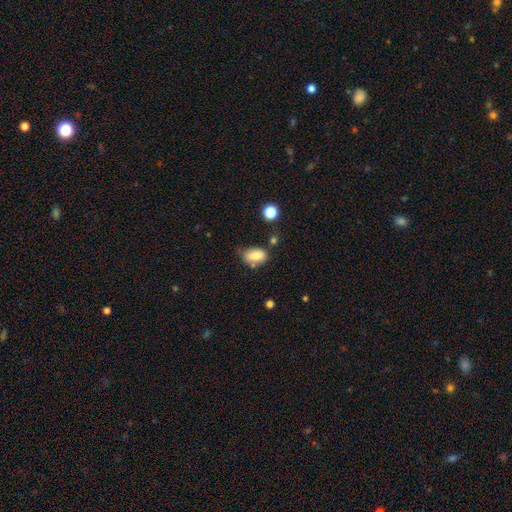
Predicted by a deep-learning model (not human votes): smooth_or_featured: smooth (p=0.76) [alt: featured or disk p=0.15]
how_rounded: in between (p=0.84) [alt: round p=0.12]
merging: none (p=0.55) [alt: minor disturbance p=0.27]